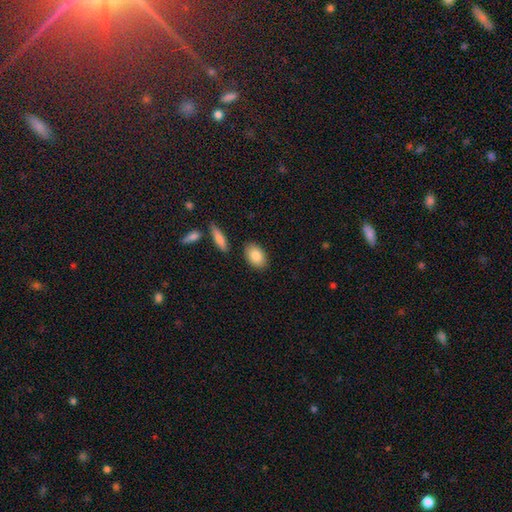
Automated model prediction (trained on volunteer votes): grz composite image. It shows a smooth galaxy with no disk features (85%) that is in between round and cigar-shaped (87%). Merging: none (85%).